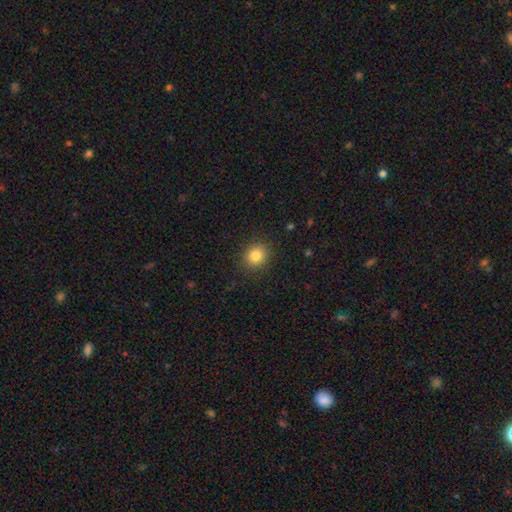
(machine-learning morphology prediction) Overall: smooth (83%). How rounded: round (76%). Merging: none (89%).